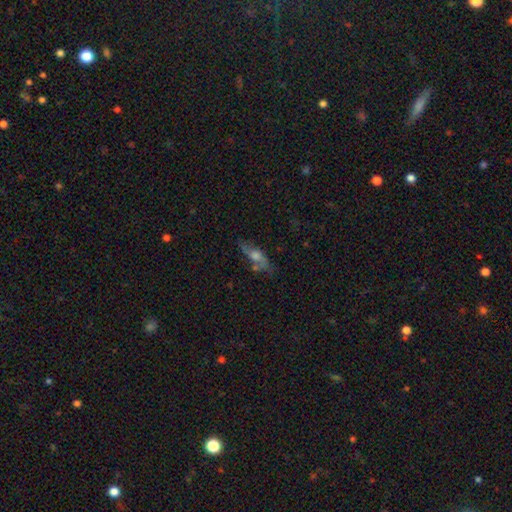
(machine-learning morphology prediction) This appears to be a featured or disk galaxy (52%). Merging: none (59%).